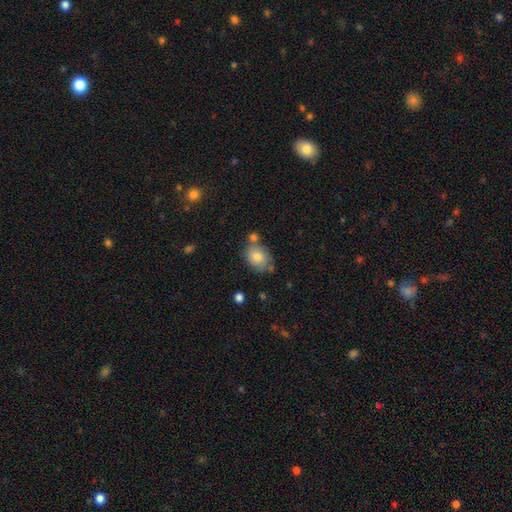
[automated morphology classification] smooth 76%, featured or disk 15%, star or artifact 9%. Down the decision tree: how rounded — in between (62%); merging — none (59%).